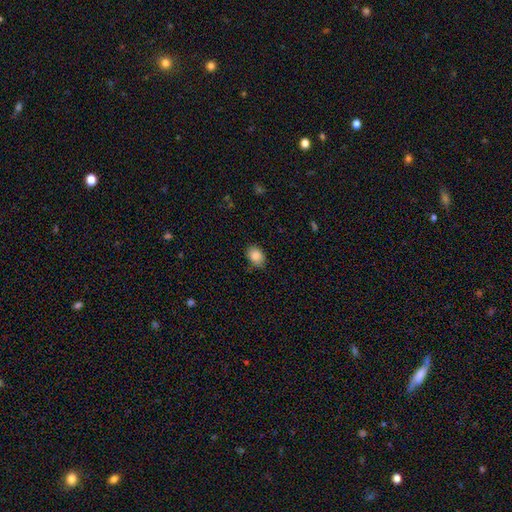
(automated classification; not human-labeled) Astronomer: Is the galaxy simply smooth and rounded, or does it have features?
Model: smooth — 85%.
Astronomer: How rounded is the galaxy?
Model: in between — 71%.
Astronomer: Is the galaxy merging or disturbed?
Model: none — 80%.